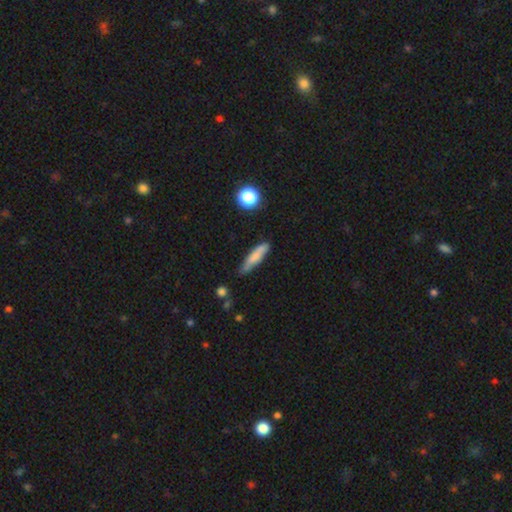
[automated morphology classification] Q: Smooth or featured?
A: smooth (75%); runner-up: featured or disk (18%)
Q: How rounded?
A: cigar-shaped (78%); runner-up: in between (20%)
Q: Merging?
A: none (67%); runner-up: minor disturbance (25%)